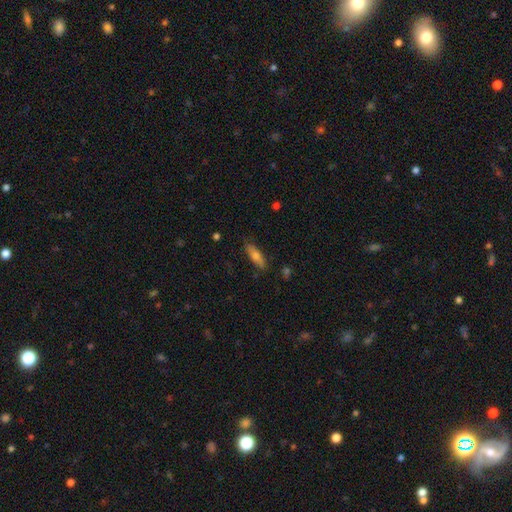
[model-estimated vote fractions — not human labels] This appears to be a smooth galaxy with no disk features (62%) that is cigar-shaped (61%). Merging: none (82%).